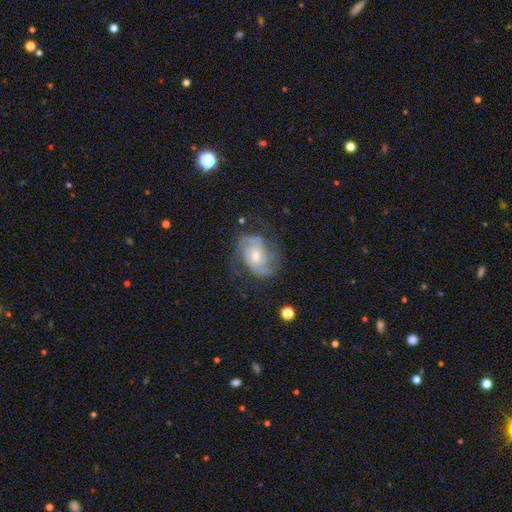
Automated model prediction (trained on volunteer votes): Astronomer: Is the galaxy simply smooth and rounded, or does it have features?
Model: featured or disk — 82%.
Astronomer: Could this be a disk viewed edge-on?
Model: no — 97%.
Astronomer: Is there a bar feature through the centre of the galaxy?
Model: no — 61%.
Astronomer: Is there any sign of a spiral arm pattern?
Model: yes — 93%.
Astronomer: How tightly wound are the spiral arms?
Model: medium — 46% (runner-up: tight, 32%).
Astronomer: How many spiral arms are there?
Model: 2 — 60%.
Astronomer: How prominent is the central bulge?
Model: moderate — 52% (runner-up: small, 43%).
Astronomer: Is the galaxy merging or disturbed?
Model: none — 64%.